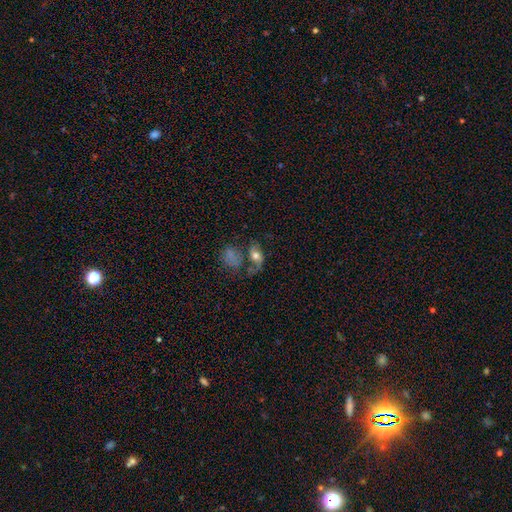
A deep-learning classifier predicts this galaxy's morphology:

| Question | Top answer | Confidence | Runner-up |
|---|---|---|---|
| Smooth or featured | smooth | 47% | featured or disk (41%) |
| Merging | major disturbance | 31% | none (29%) |